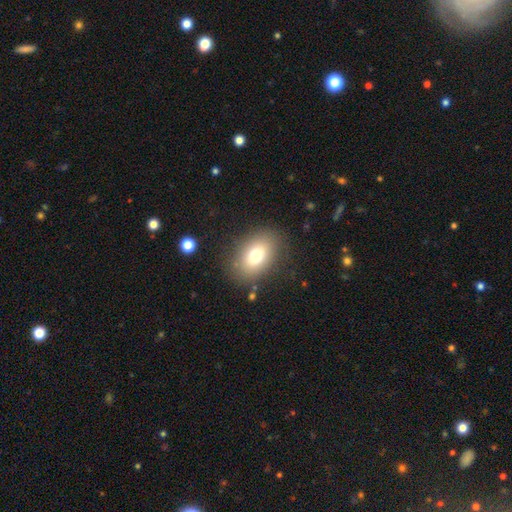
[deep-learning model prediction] Overall: smooth (75%). How rounded: in between (81%). Merging: none (83%).